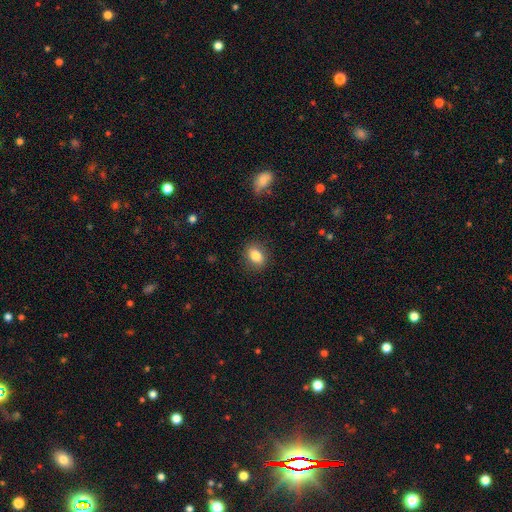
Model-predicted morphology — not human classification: type=smooth (85%); roundness=in between (72%); merging=none (87%).